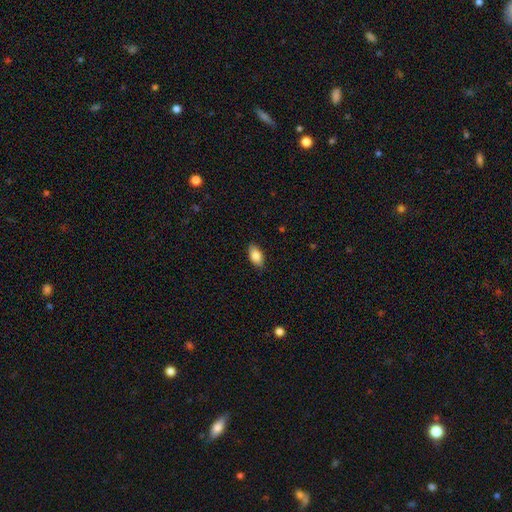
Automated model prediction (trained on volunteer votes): This appears to be a smooth galaxy with no disk features (85%) that is in between round and cigar-shaped (92%). Merging: none (86%).